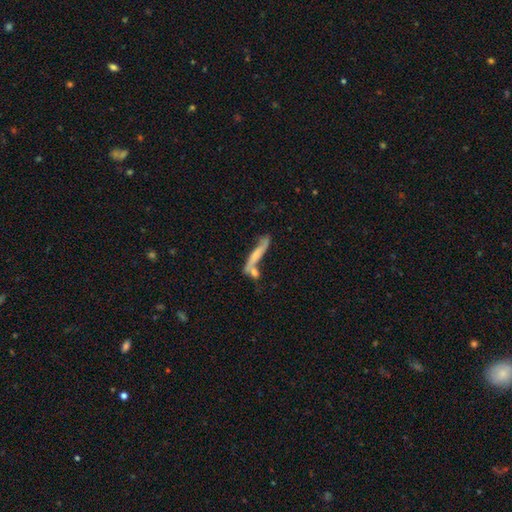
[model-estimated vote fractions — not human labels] Smooth or featured: featured or disk — 57% (smooth — 35%)
Edge-on disk: yes — 68% (no — 32%)
Merging: none — 47% (merger — 28%)